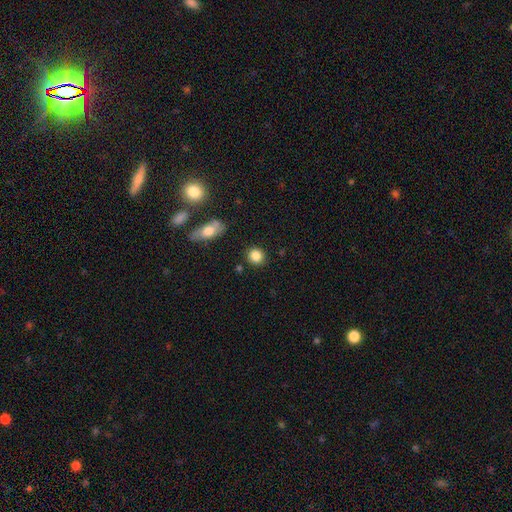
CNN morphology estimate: The model was most divided on "how rounded": round: 84%, in between: 15%, cigar-shaped: 1%. More confident: merging — none (87%); smooth or featured — smooth (86%).